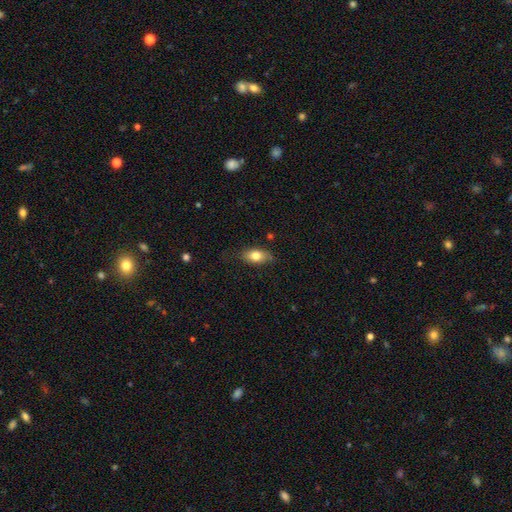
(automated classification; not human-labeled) smooth_or_featured: smooth (p=0.77) [alt: featured or disk p=0.16]
how_rounded: in between (p=0.87) [alt: cigar-shaped p=0.06]
merging: none (p=0.74) [alt: minor disturbance p=0.21]